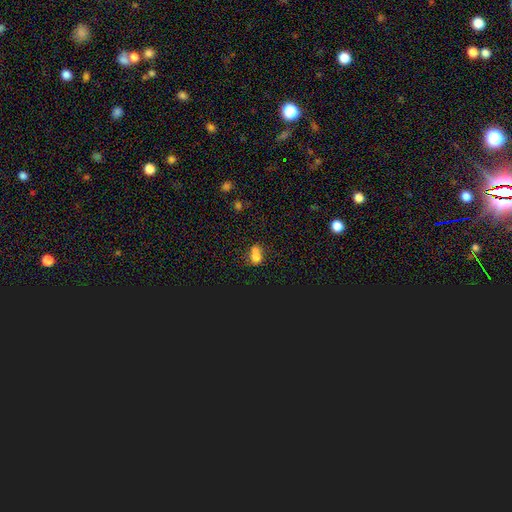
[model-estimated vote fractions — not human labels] This is likely a smooth galaxy (62%). How rounded: possibly round (53%). Merging: possibly merger (50%).